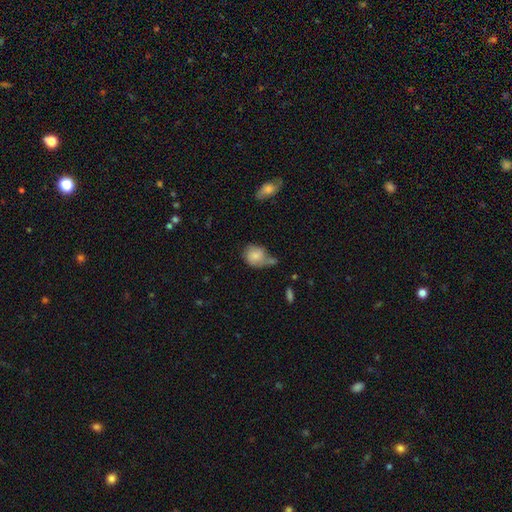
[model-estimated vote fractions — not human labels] smooth-or-featured: smooth: 76% | featured or disk: 16% | star or artifact: 8%
  how-rounded: round: 60% | in between: 39% | cigar-shaped: 1%
  merging: none: 38% | minor disturbance: 30% | merger: 20% | major disturbance: 12%